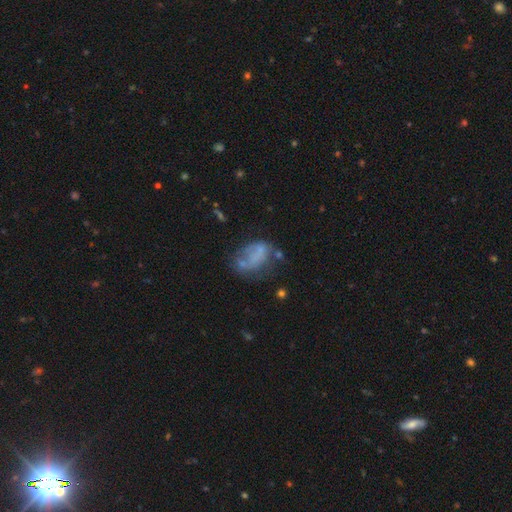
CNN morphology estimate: type=smooth (47%); merging=none (33%).